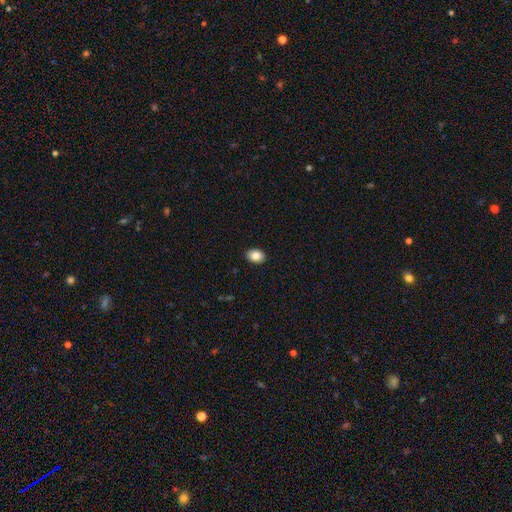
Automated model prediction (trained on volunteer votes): Smooth or featured: smooth — 84% (star or artifact — 8%)
How rounded: in between — 73% (round — 26%)
Merging: none — 91% (minor disturbance — 7%)